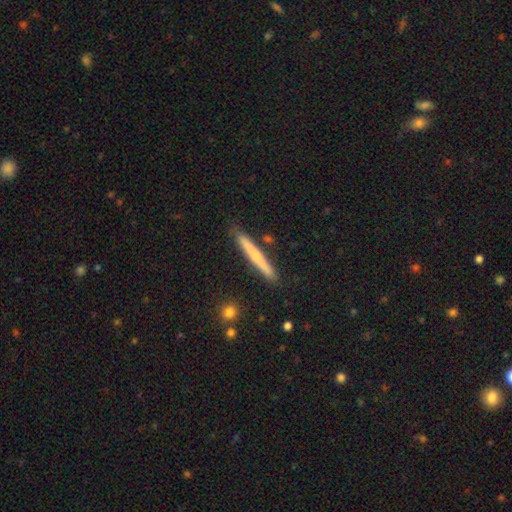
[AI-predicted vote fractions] This is possibly a smooth galaxy (51%). How rounded: clearly cigar-shaped (96%). Merging: clearly none (87%).